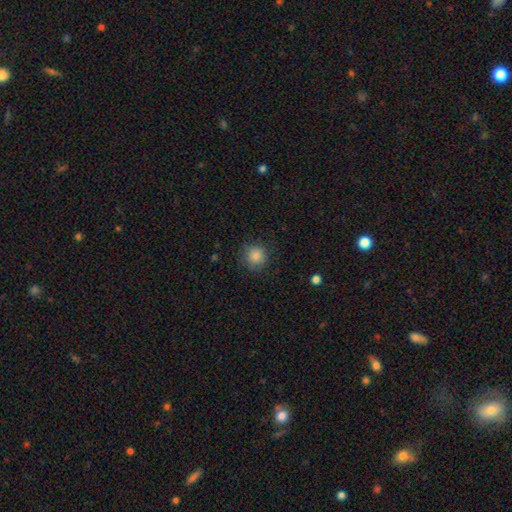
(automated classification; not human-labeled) This appears to be a smooth galaxy with no disk features (86%) that is round (91%). Merging: none (83%).